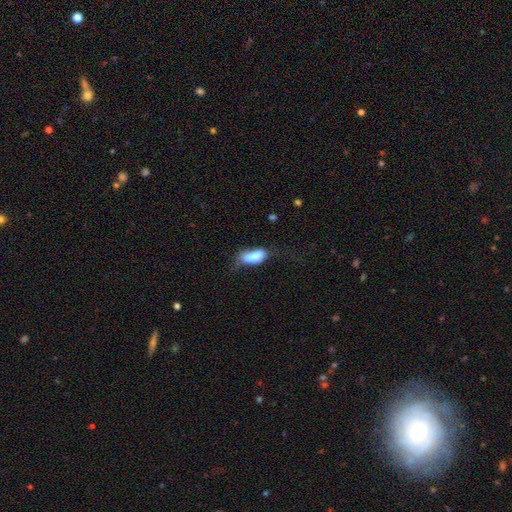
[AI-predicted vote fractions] This appears to be a smooth galaxy with no disk features (73%) that is in between round and cigar-shaped (77%). Merging: none (28%).